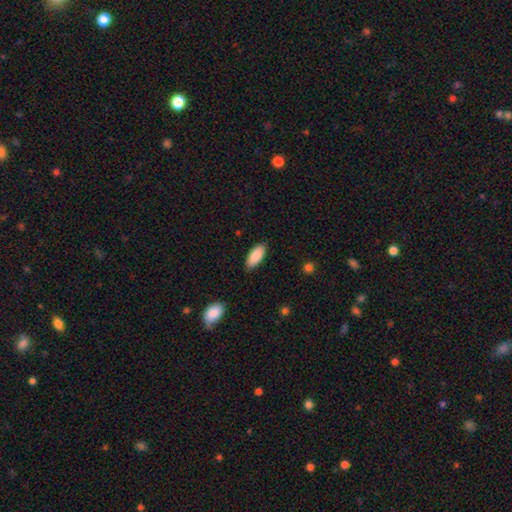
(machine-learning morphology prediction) Smooth or featured: smooth — 88% (featured or disk — 6%)
How rounded: in between — 86% (cigar-shaped — 13%)
Merging: none — 87% (minor disturbance — 10%)